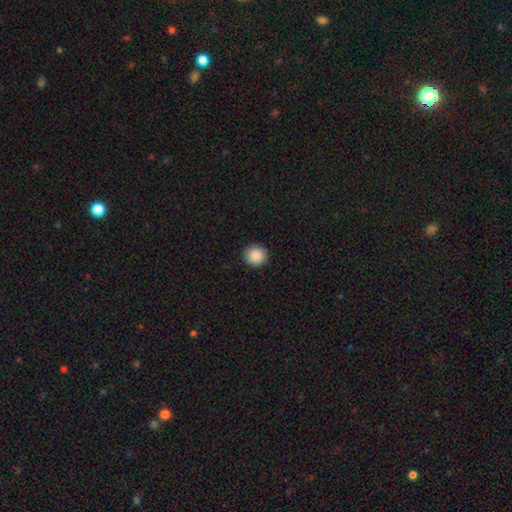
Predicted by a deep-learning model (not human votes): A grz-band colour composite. It shows a smooth galaxy with no disk features (89%) that is round (92%). Merging: none (92%).